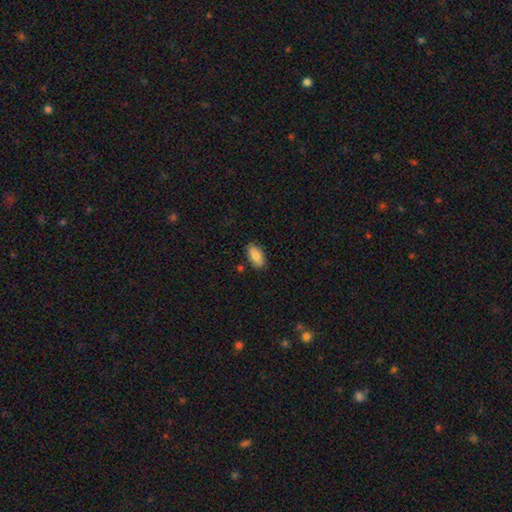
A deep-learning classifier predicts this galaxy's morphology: Overall: smooth (88%). How rounded: in between (92%). Merging: none (85%).